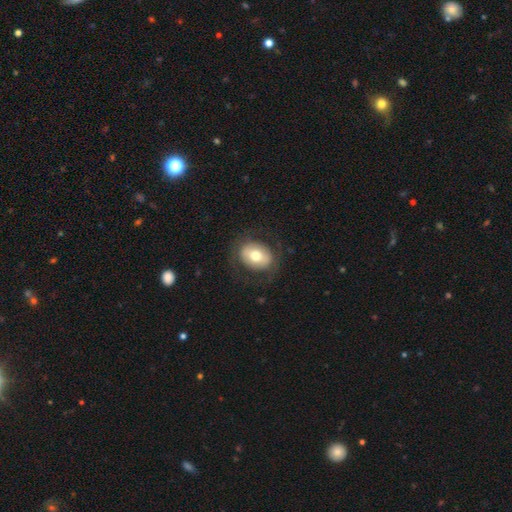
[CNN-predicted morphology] type=smooth (64%); roundness=in between (55%); merging=none (78%).